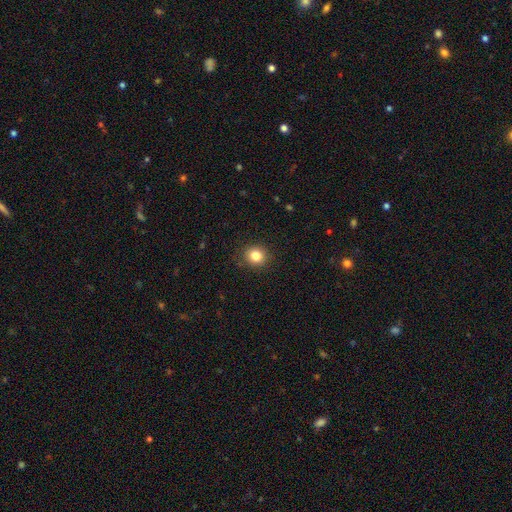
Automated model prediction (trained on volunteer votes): A smooth galaxy with no disk features (83%) that is round (84%). Merging: none (89%).